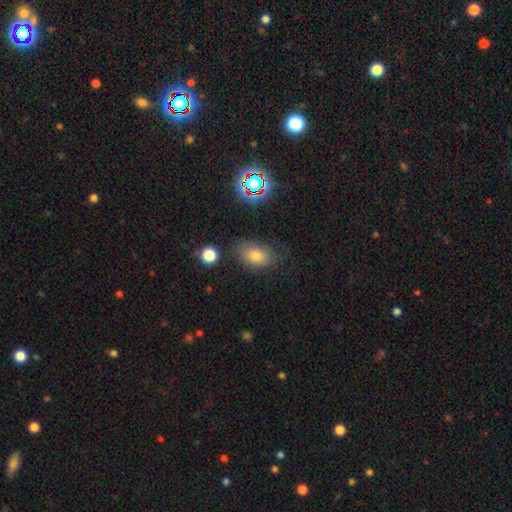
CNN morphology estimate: A smooth galaxy with no disk features (71%) that is in between round and cigar-shaped (83%). Merging: none (68%).